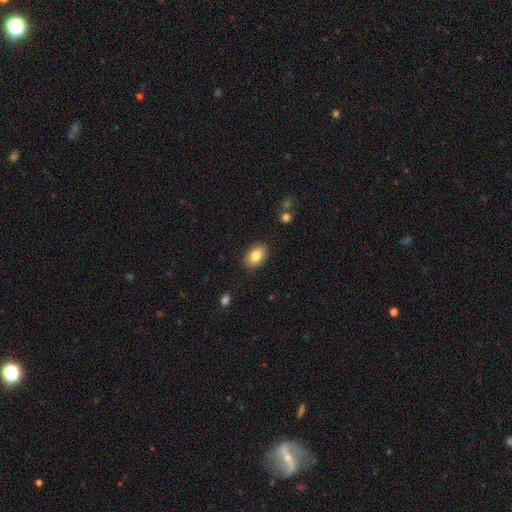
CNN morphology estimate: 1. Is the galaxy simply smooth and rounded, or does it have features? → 83% smooth, 9% featured or disk, 8% star or artifact.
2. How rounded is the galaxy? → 86% in between, 13% round, 1% cigar-shaped.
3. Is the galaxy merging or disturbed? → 87% none, 10% minor disturbance, 2% major disturbance, 1% merger.